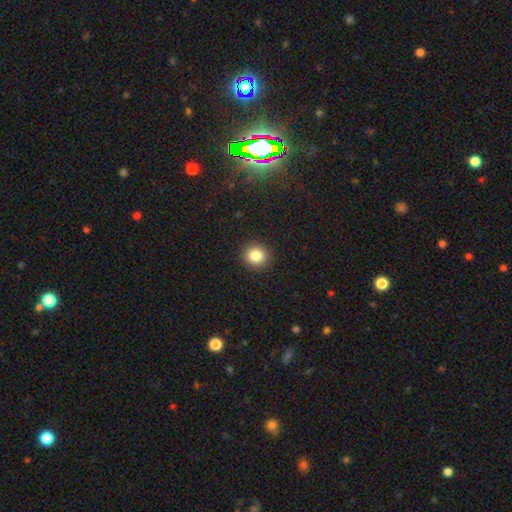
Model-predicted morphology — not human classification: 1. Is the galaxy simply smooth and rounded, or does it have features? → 84% smooth, 10% star or artifact, 6% featured or disk.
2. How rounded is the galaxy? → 89% round, 10% in between, 1% cigar-shaped.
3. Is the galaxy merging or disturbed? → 92% none, 5% minor disturbance, 2% major disturbance, 1% merger.